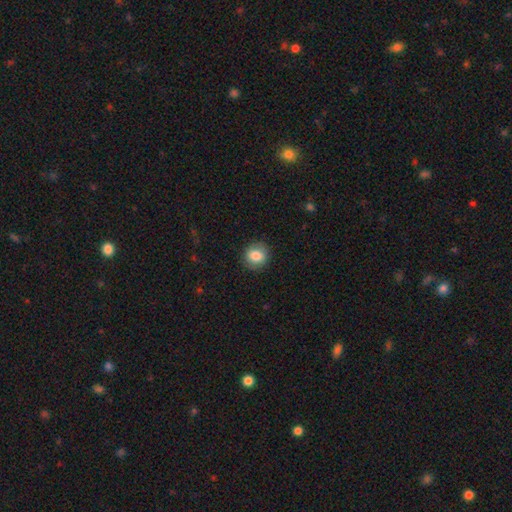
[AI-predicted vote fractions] Overall: smooth (83%). How rounded: round (81%). Merging: none (88%).